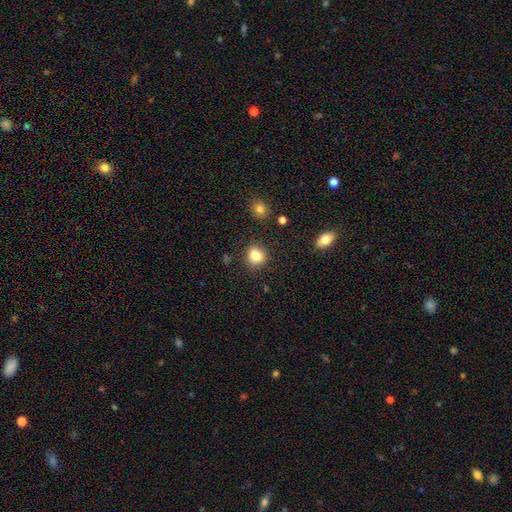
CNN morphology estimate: A smooth galaxy with no disk features (81%) that is round (64%).

Vote fractions:
- Smooth or featured? smooth: 81% / star or artifact: 11% / featured or disk: 8%
- How rounded? round: 64% / in between: 35% / cigar-shaped: 1%
- Merging? none: 68% / minor disturbance: 16% / merger: 12% / major disturbance: 4%